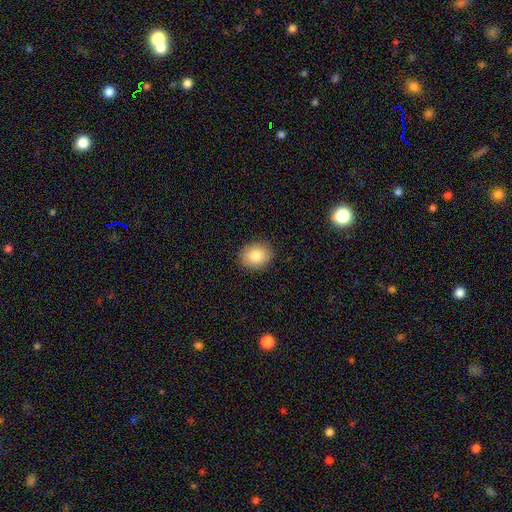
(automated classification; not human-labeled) Q: Smooth or featured?
A: smooth (83%); runner-up: star or artifact (8%)
Q: How rounded?
A: round (53%); runner-up: in between (46%)
Q: Merging?
A: none (90%); runner-up: minor disturbance (7%)